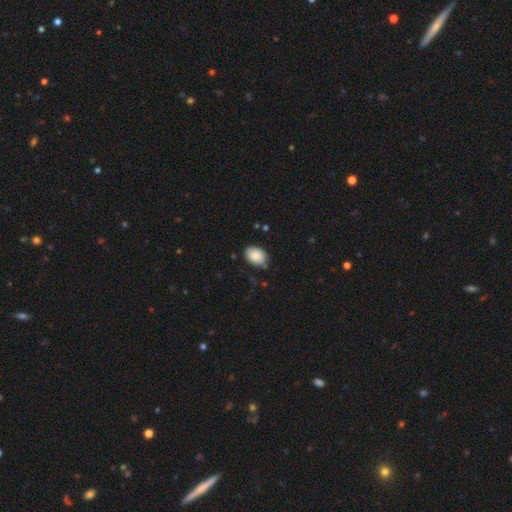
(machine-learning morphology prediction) Q: Smooth or featured?
A: smooth (87%); runner-up: star or artifact (7%)
Q: How rounded?
A: in between (81%); runner-up: round (18%)
Q: Merging?
A: none (80%); runner-up: minor disturbance (15%)